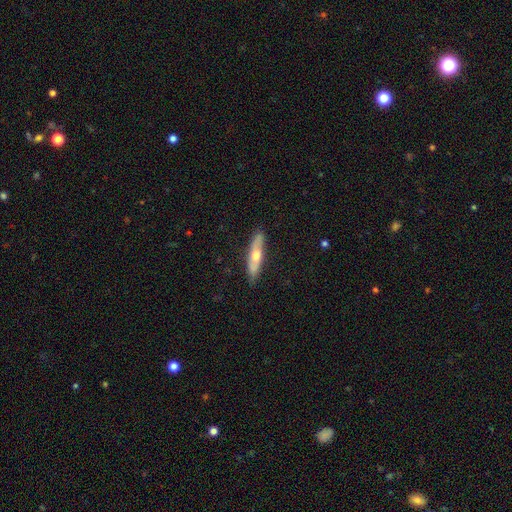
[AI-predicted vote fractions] Morphology: type=smooth (48%); merging=none (85%).